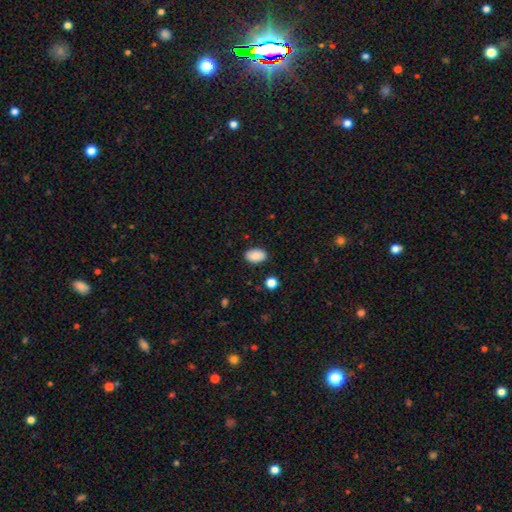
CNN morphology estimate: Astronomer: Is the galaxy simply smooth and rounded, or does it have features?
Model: smooth — 89%.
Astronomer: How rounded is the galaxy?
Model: in between — 91%.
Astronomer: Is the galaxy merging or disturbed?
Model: none — 87%.